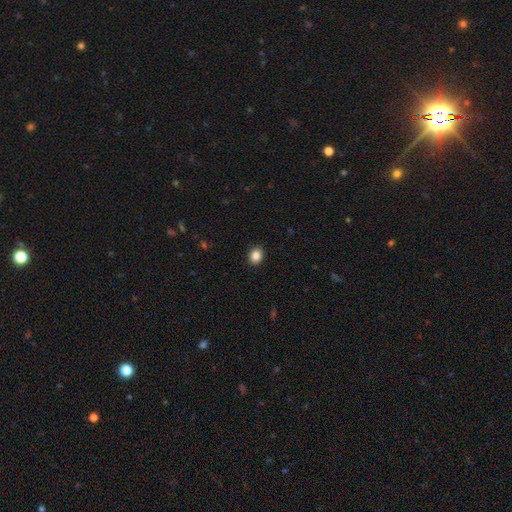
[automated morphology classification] Q: Smooth or featured?
A: smooth (85%); runner-up: star or artifact (10%)
Q: How rounded?
A: round (66%); runner-up: in between (33%)
Q: Merging?
A: none (91%); runner-up: minor disturbance (6%)